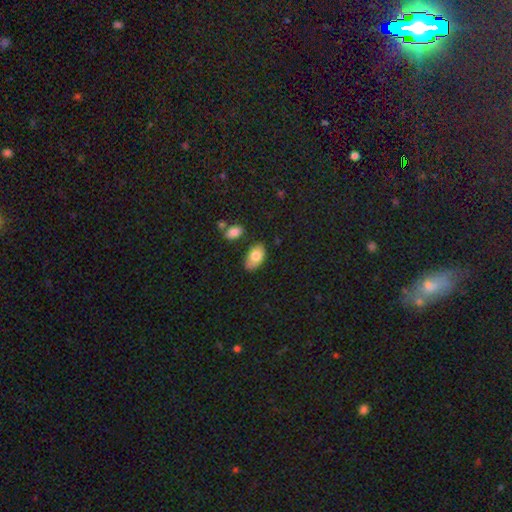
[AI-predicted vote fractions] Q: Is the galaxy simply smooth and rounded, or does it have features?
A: smooth — 78%.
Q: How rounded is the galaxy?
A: in between — 93%.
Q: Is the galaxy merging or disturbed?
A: none — 67%.